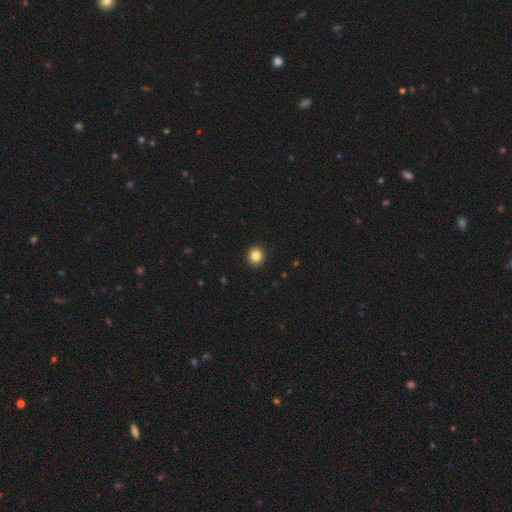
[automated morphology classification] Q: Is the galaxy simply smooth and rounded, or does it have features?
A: smooth — 84%.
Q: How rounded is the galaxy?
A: round — 92%.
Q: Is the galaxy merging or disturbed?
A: none — 93%.